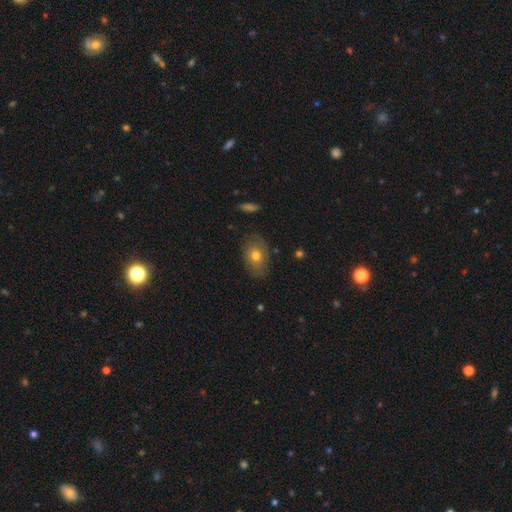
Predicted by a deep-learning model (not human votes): This is likely a smooth galaxy (70%). How rounded: likely in between (77%). Merging: clearly none (81%).